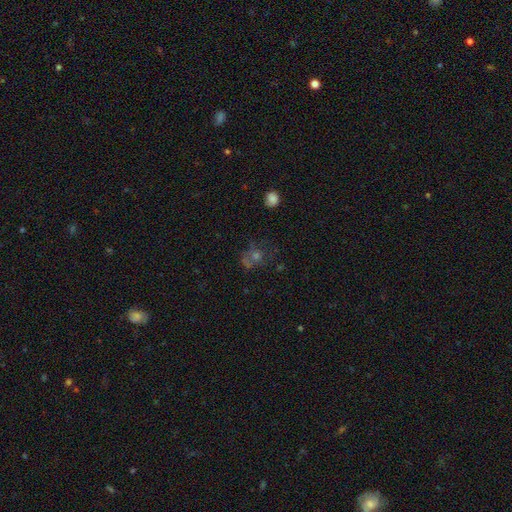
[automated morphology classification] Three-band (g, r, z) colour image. It shows a smooth galaxy with no disk features (38%). Merging: none (53%).